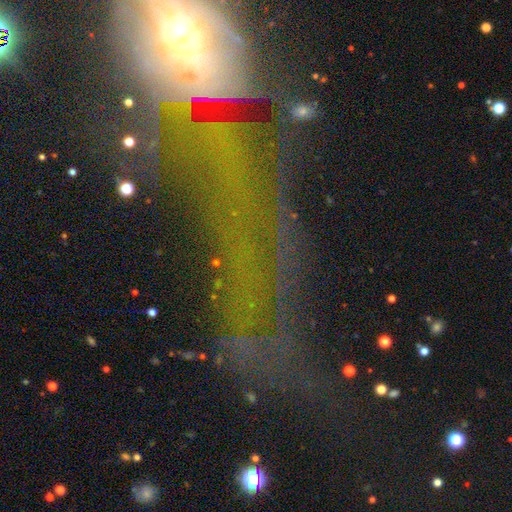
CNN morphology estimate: This appears to be a featured or disk galaxy (42%). Merging: major disturbance (37%).